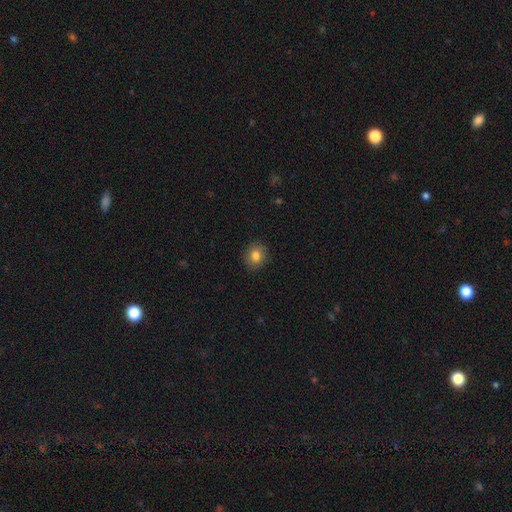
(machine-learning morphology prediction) type=smooth (82%); roundness=round (65%); merging=none (88%).